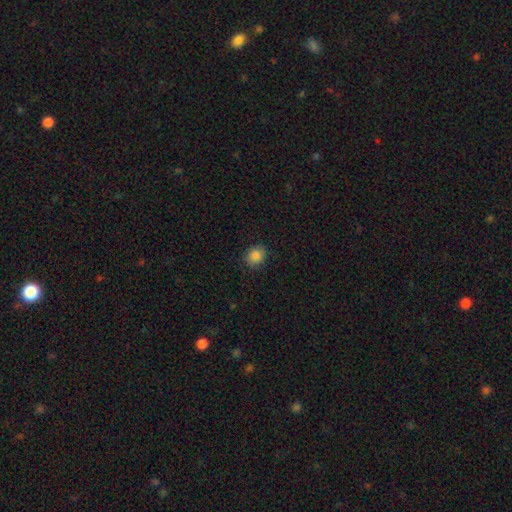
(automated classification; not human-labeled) The model was most divided on "how rounded": round: 70%, in between: 29%, cigar-shaped: 1%. More confident: merging — none (87%); smooth or featured — smooth (85%).